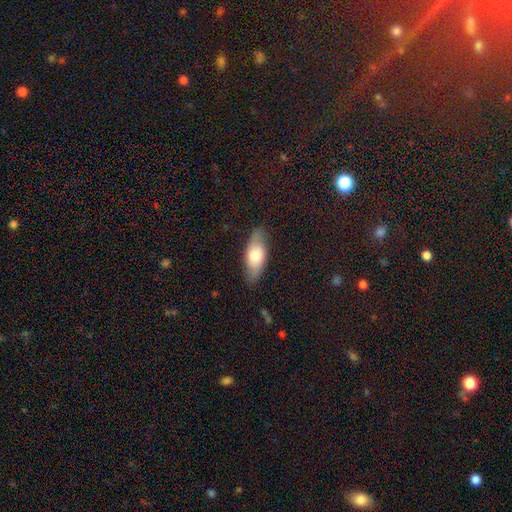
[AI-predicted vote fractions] smooth 67%, featured or disk 27%, star or artifact 6%. Down the decision tree: how rounded — in between (78%); merging — none (82%).